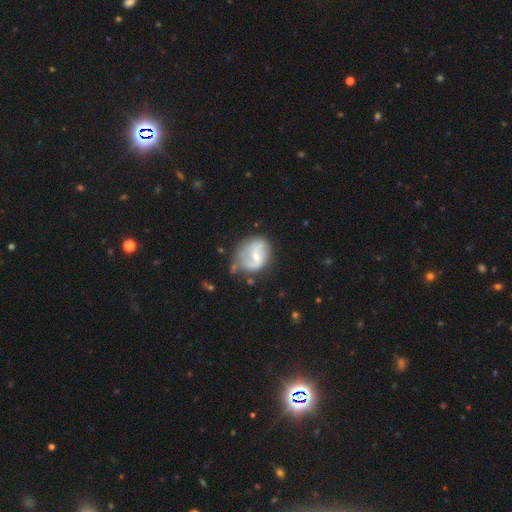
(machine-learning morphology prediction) featured or disk 72%, smooth 22%, star or artifact 6%. Down the decision tree: edge-on disk — no (98%); bar — weak (52%); spiral arms — yes (85%); spiral arm count — 2 (76%); spiral winding — loose (47%); bulge size — small (53%); merging — none (52%).